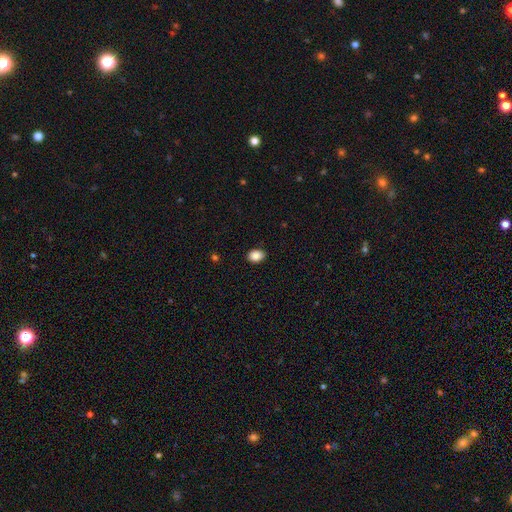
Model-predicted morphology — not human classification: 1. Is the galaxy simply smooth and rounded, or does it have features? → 88% smooth, 8% star or artifact, 3% featured or disk.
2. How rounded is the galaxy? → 71% in between, 28% round, 1% cigar-shaped.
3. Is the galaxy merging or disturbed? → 86% none, 11% minor disturbance, 2% major disturbance, 1% merger.